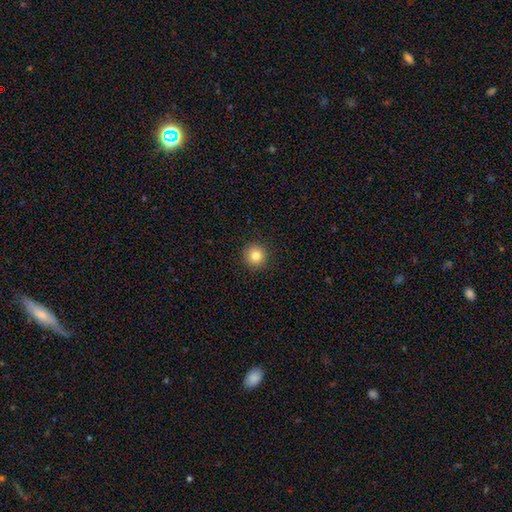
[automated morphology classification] smooth 82%, star or artifact 11%, featured or disk 7%. Down the decision tree: how rounded — round (94%); merging — none (92%).